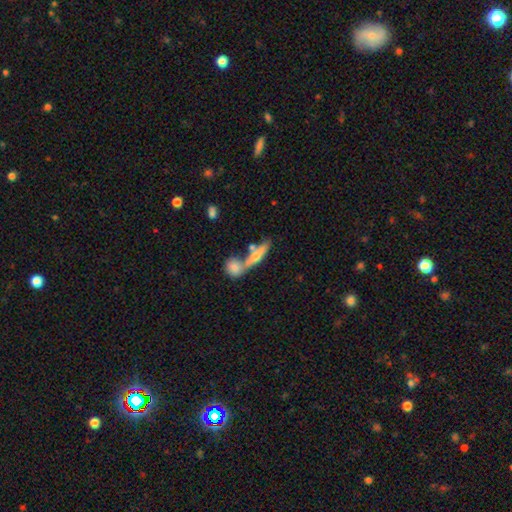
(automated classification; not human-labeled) Smooth or featured? Predicted: smooth (p=0.48). Merging? Predicted: none (p=0.45).